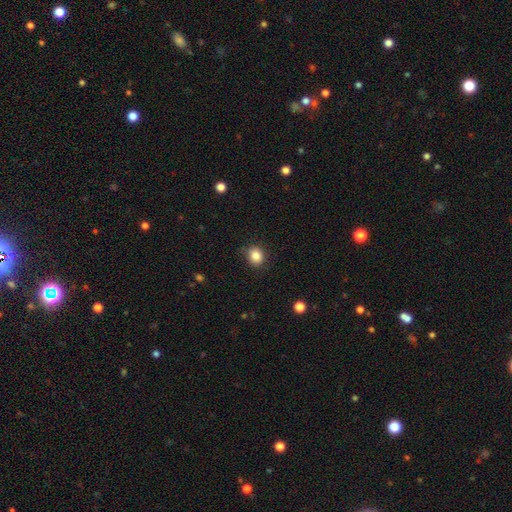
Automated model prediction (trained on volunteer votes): Overall: smooth (85%). How rounded: round (73%). Merging: none (83%).